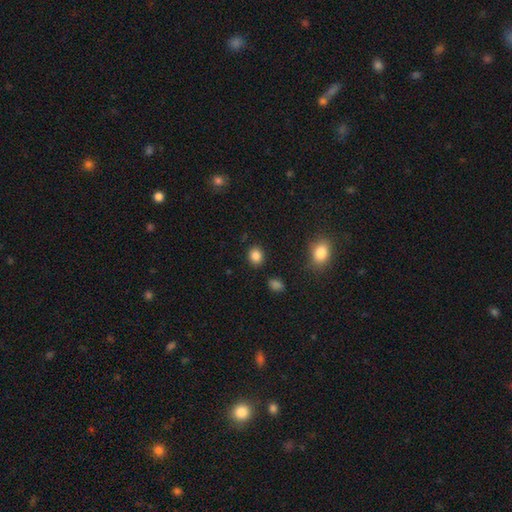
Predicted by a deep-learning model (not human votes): The model was most divided on "how rounded": round: 68%, in between: 31%, cigar-shaped: 1%. More confident: merging — none (86%); smooth or featured — smooth (86%).